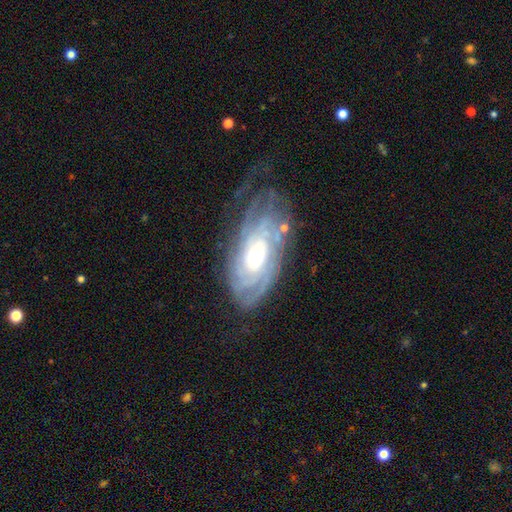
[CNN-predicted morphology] The model was most divided on "bulge size": moderate: 47%, small: 45%, large: 5%, none: 1%, dominant: 1%. Remaining: spiral arms — yes (95%); edge-on disk — no (93%); smooth or featured — featured or disk (84%); spiral winding — tight (77%); bar — no (71%); merging — none (63%); spiral arm count — can't tell (46%).